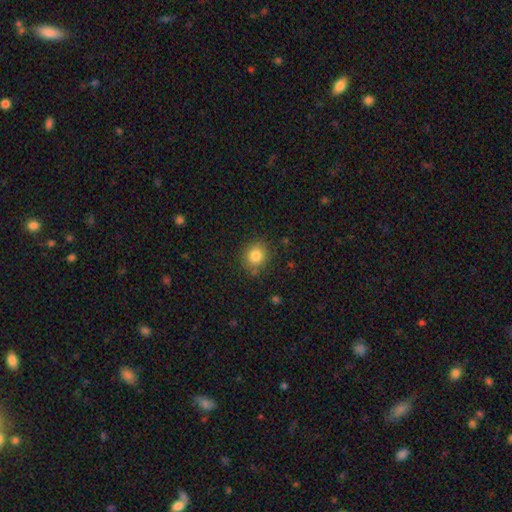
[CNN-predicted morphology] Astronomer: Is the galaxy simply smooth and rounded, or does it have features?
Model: smooth — 82%.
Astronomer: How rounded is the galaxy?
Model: round — 80%.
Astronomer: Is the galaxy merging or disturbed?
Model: none — 83%.